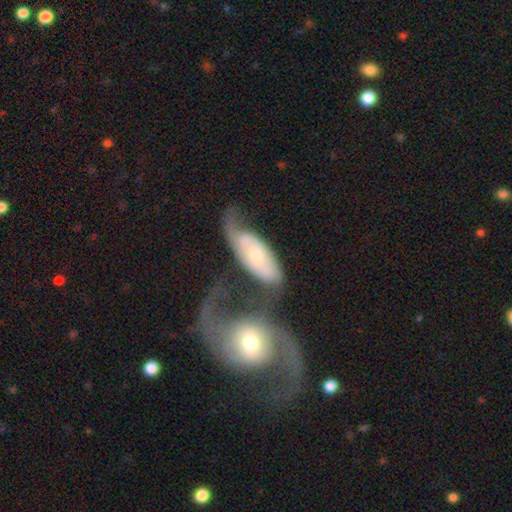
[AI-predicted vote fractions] A featured or disk galaxy (69%) with no bar (65%), 2 (76%) loose (49%) spiral arms (86%) and a small central bulge (59%). Merging: merger (50%).